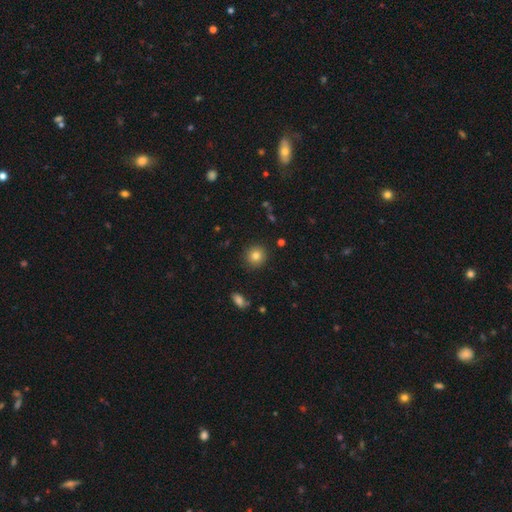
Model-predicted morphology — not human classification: smooth-or-featured: smooth: 83% | star or artifact: 11% | featured or disk: 7%
  how-rounded: round: 90% | in between: 9% | cigar-shaped: 1%
  merging: none: 90% | minor disturbance: 7% | major disturbance: 2% | merger: 1%